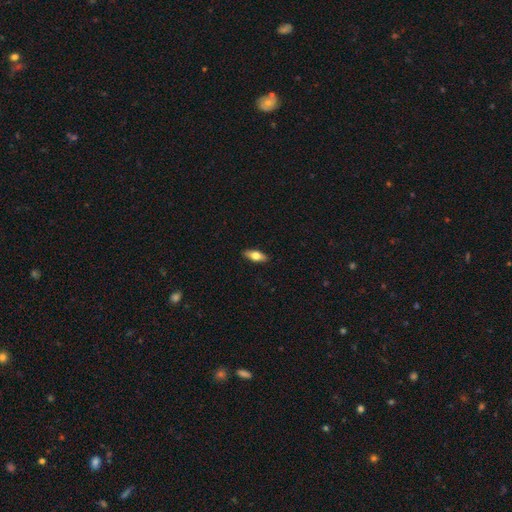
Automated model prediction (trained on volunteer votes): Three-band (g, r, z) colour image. It shows a smooth galaxy with no disk features (65%) that is in between round and cigar-shaped (74%). Merging: none (90%).